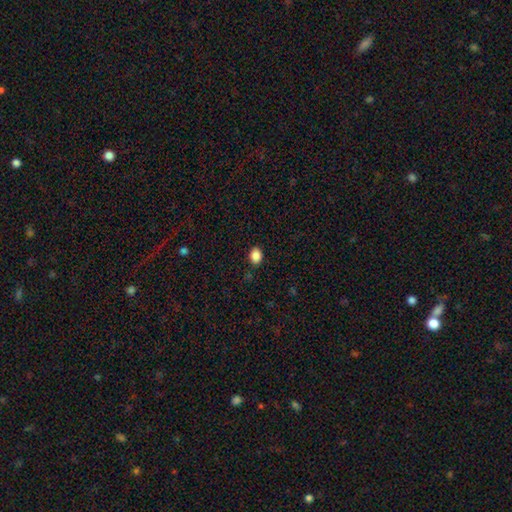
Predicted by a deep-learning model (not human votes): Q: Smooth or featured?
A: smooth (88%); runner-up: star or artifact (9%)
Q: How rounded?
A: in between (59%); runner-up: round (40%)
Q: Merging?
A: none (87%); runner-up: minor disturbance (9%)